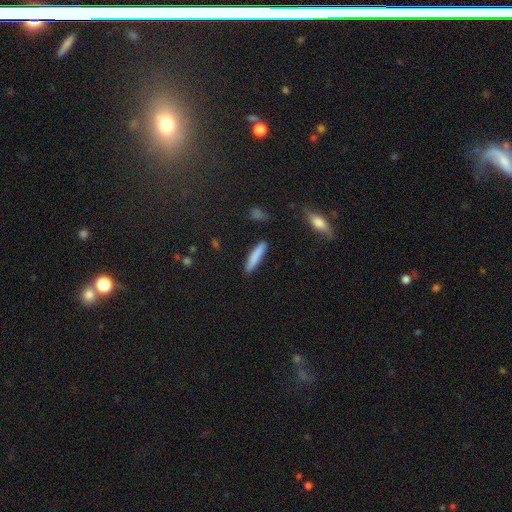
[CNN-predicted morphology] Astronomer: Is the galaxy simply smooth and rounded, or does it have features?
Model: smooth — 83%.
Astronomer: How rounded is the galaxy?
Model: cigar-shaped — 88%.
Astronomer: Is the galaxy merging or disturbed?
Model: none — 86%.